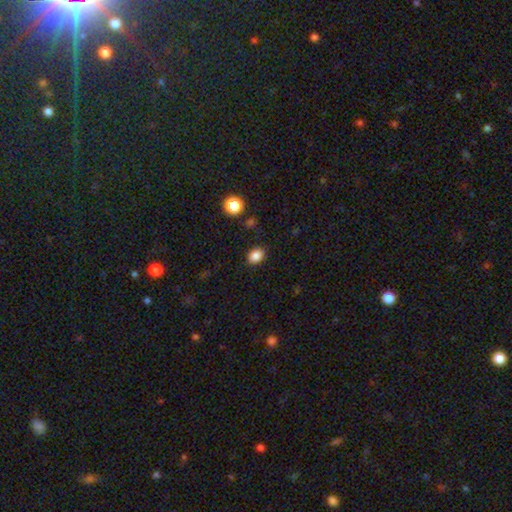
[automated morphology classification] Smooth or featured? smooth (85%)
How rounded? in between (61%)
Merging? none (85%)